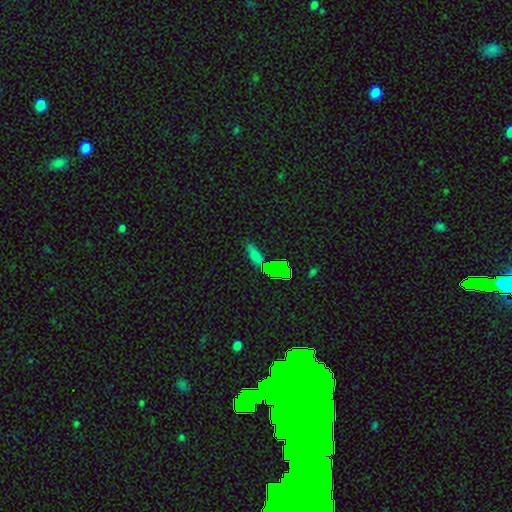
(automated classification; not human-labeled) Morphology: type=smooth (55%); roundness=in between (61%); merging=none (75%).